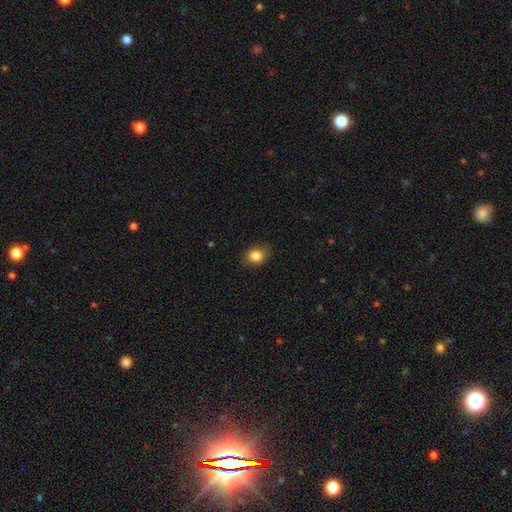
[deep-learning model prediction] Smooth or featured?
  - smooth: 85% *
  - star or artifact: 9%
  - featured or disk: 6%
How rounded?
  - round: 50% *
  - in between: 49%
  - cigar-shaped: 1%
Merging?
  - none: 81% *
  - minor disturbance: 15%
  - major disturbance: 3%
  - merger: 1%